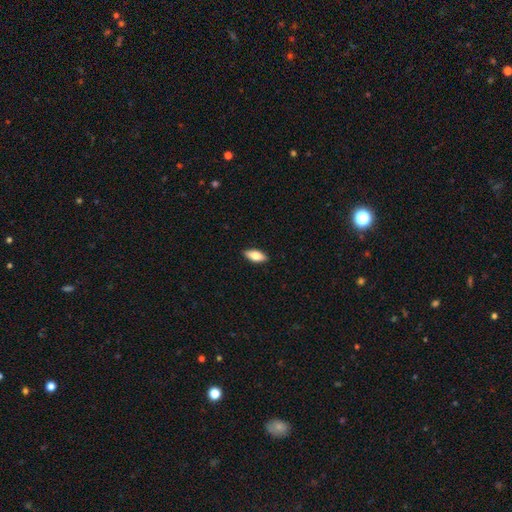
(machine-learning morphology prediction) type=smooth (73%); roundness=in between (82%); merging=none (90%).